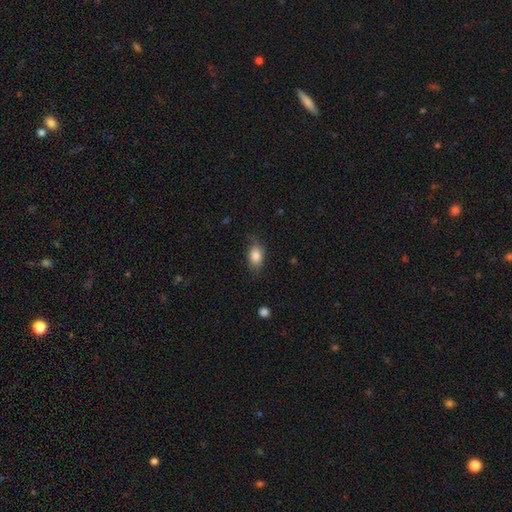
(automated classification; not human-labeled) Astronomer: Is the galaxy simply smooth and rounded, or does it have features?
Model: smooth — 84%.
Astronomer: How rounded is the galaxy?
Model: in between — 84%.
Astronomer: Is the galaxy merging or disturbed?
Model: none — 72%.